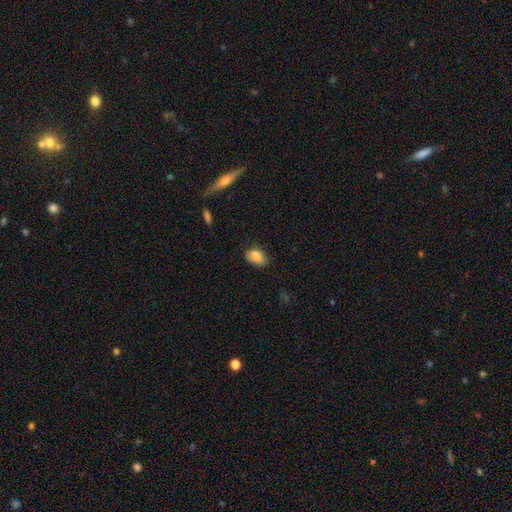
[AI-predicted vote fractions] A smooth galaxy with no disk features (83%) that is in between round and cigar-shaped (85%). Merging: none (71%).